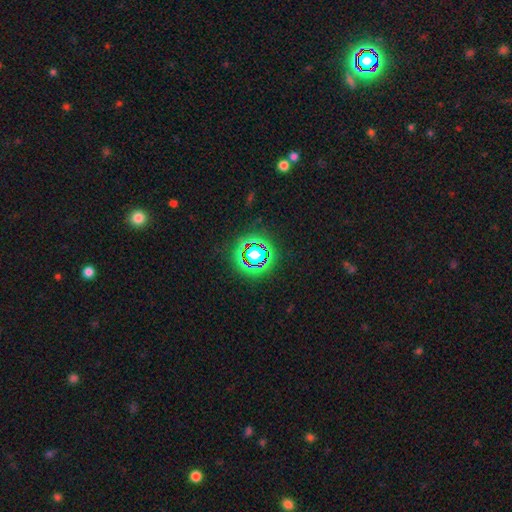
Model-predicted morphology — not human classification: Smooth or featured?
  - star or artifact: 79% *
  - smooth: 13%
  - featured or disk: 8%